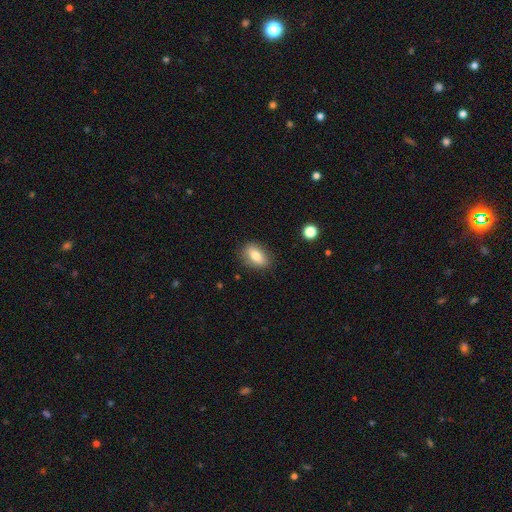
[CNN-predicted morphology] This is likely a smooth galaxy (75%). How rounded: clearly in between (83%). Merging: clearly none (82%).